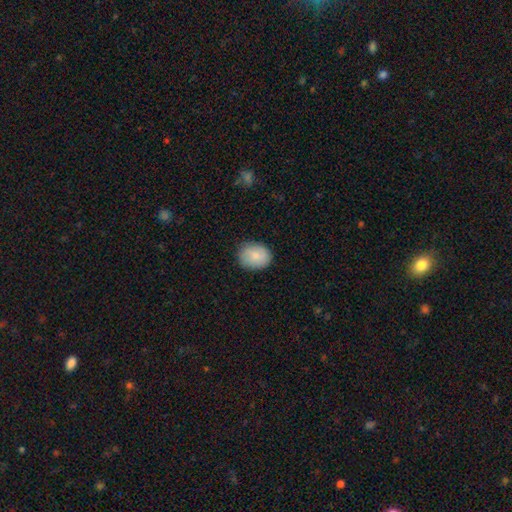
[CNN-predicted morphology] Smooth or featured?
  - smooth: 85% *
  - featured or disk: 9%
  - star or artifact: 6%
How rounded?
  - in between: 56% *
  - round: 43%
  - cigar-shaped: 1%
Merging?
  - none: 83% *
  - minor disturbance: 13%
  - major disturbance: 3%
  - merger: 1%